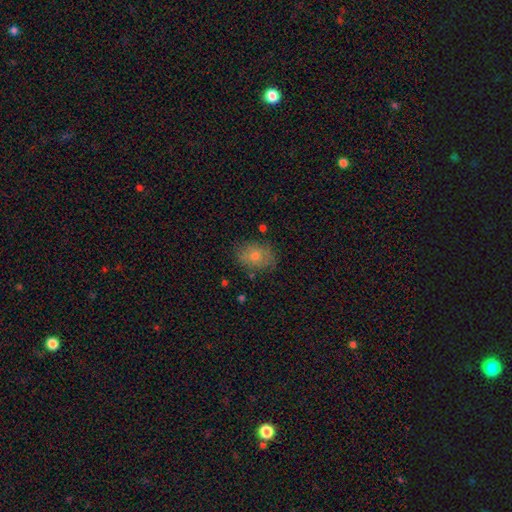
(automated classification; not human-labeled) Morphology: type=smooth (71%); roundness=in between (63%); merging=none (77%).